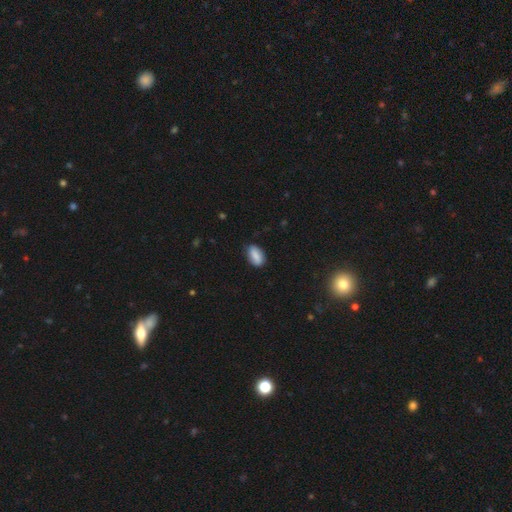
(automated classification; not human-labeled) Smooth or featured? smooth (78%)
How rounded? in between (90%)
Merging? none (77%)